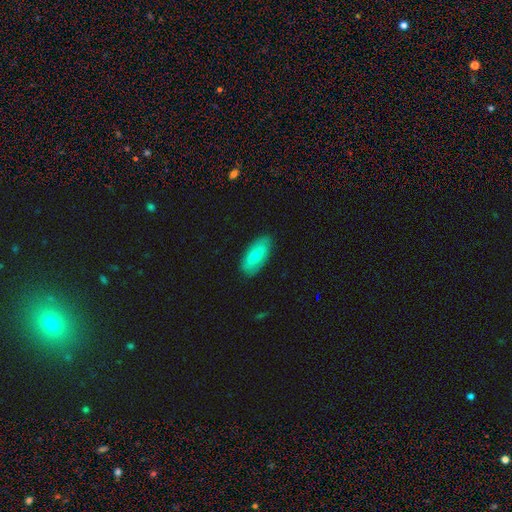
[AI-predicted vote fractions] smooth_or_featured: smooth (p=0.68) [alt: featured or disk p=0.26]
how_rounded: in between (p=0.89) [alt: cigar-shaped p=0.08]
merging: none (p=0.85) [alt: minor disturbance p=0.12]